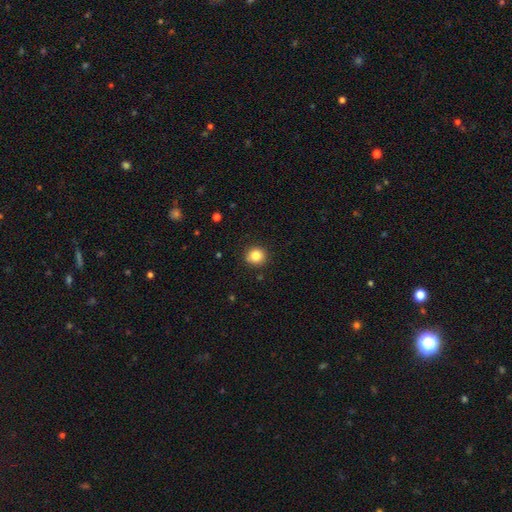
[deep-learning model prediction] A smooth galaxy with no disk features (84%) that is round (92%). Merging: none (90%).